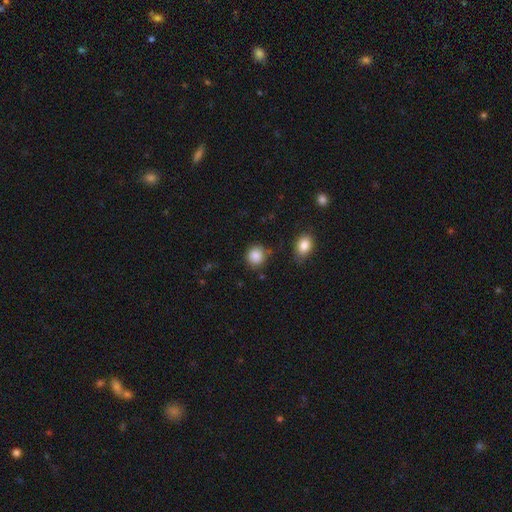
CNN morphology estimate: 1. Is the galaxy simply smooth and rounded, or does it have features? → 88% smooth, 9% star or artifact, 4% featured or disk.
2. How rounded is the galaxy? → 87% round, 12% in between, 1% cigar-shaped.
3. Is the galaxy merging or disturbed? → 80% none, 13% minor disturbance, 4% merger, 3% major disturbance.